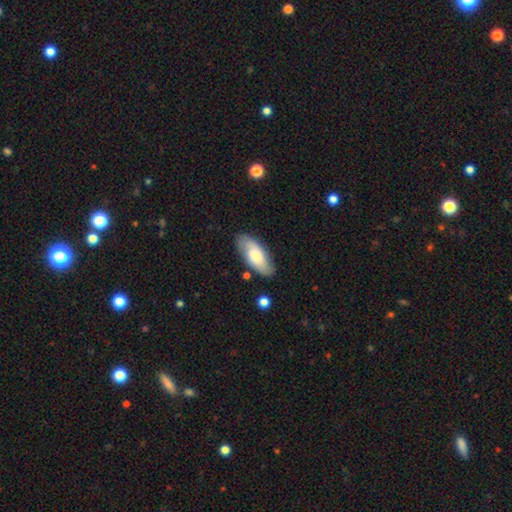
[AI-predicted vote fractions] smooth 62%, featured or disk 32%, star or artifact 6%. Down the decision tree: how rounded — in between (86%); merging — none (81%).